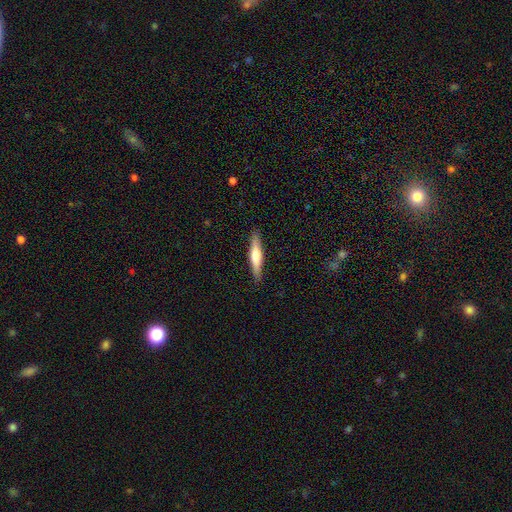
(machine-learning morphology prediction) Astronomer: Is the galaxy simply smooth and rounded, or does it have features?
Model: smooth — 49% (runner-up: featured or disk, 45%).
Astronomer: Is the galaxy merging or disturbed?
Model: none — 90%.